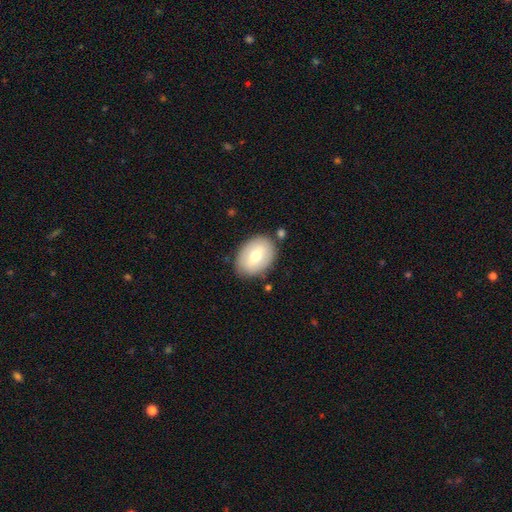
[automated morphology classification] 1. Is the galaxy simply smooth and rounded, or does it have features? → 63% smooth, 30% featured or disk, 6% star or artifact.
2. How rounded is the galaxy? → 80% in between, 19% round, 1% cigar-shaped.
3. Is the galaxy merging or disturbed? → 81% none, 13% minor disturbance, 3% major disturbance, 3% merger.